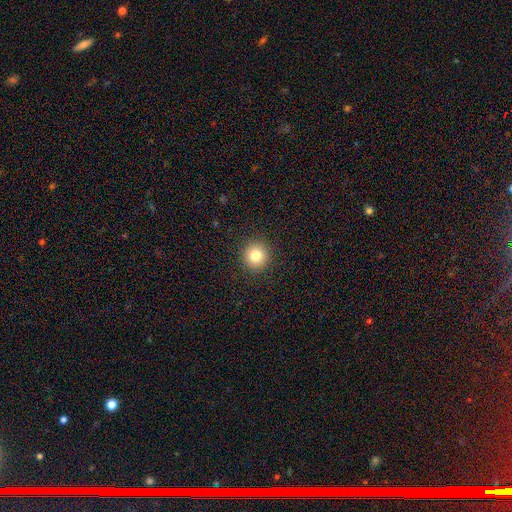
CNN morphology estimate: Smooth or featured?
  - smooth: 81% *
  - star or artifact: 11%
  - featured or disk: 7%
How rounded?
  - round: 93% *
  - in between: 6%
  - cigar-shaped: 1%
Merging?
  - none: 92% *
  - minor disturbance: 5%
  - major disturbance: 2%
  - merger: 1%